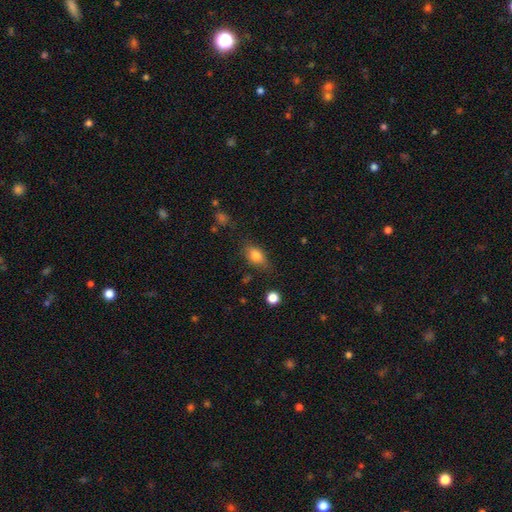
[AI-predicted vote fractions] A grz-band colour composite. It shows a smooth galaxy with no disk features (79%) that is in between round and cigar-shaped (81%). Merging: none (74%).